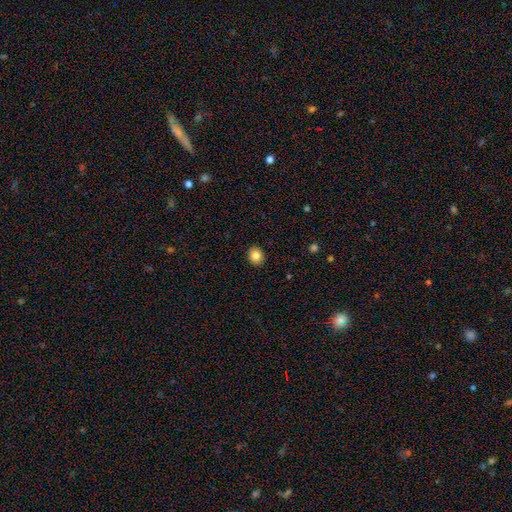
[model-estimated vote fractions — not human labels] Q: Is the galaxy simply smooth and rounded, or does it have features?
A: smooth — 83%.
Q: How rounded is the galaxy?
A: round — 65%.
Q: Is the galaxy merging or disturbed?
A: none — 91%.